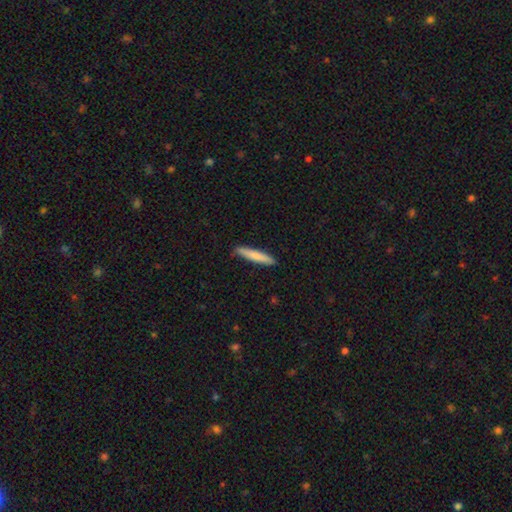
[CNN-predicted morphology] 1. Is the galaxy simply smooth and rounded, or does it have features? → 78% smooth, 17% featured or disk, 5% star or artifact.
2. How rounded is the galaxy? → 93% cigar-shaped, 6% in between, 1% round.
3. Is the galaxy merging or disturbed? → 87% none, 10% minor disturbance, 2% major disturbance, 1% merger.